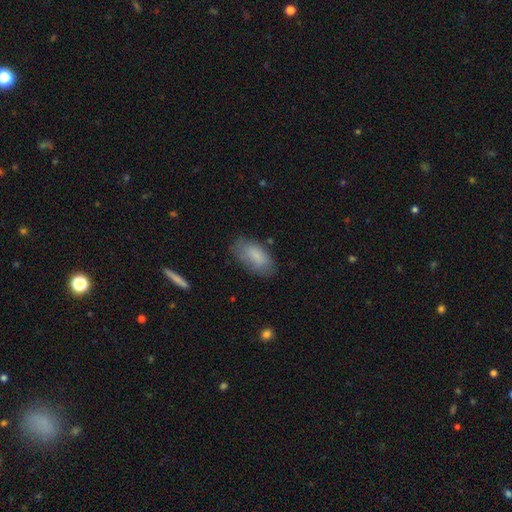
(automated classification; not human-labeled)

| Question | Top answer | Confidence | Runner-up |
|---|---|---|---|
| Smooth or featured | smooth | 83% | featured or disk (11%) |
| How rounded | in between | 92% | cigar-shaped (5%) |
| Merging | none | 74% | minor disturbance (19%) |